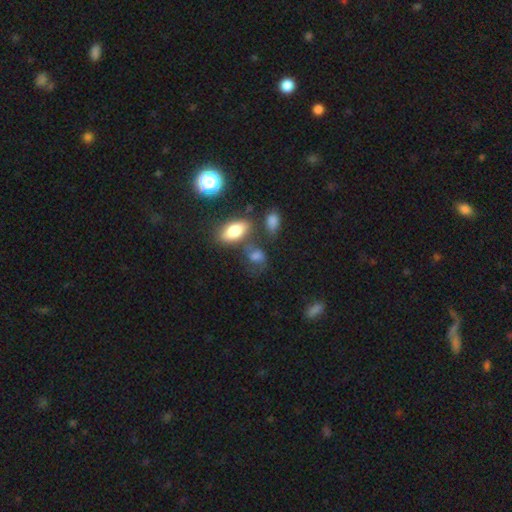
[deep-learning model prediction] This is likely a smooth galaxy (68%). How rounded: likely in between (72%). Merging: possibly none (53%).